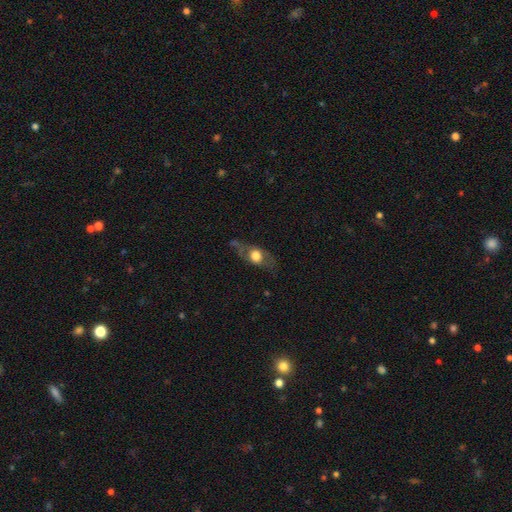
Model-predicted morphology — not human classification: A smooth galaxy with no disk features (51%) that is in between round and cigar-shaped (59%).

Vote fractions:
- Smooth or featured? smooth: 51% / featured or disk: 41% / star or artifact: 9%
- How rounded? in between: 59% / round: 31% / cigar-shaped: 10%
- Merging? none: 56% / minor disturbance: 23% / major disturbance: 16% / merger: 5%